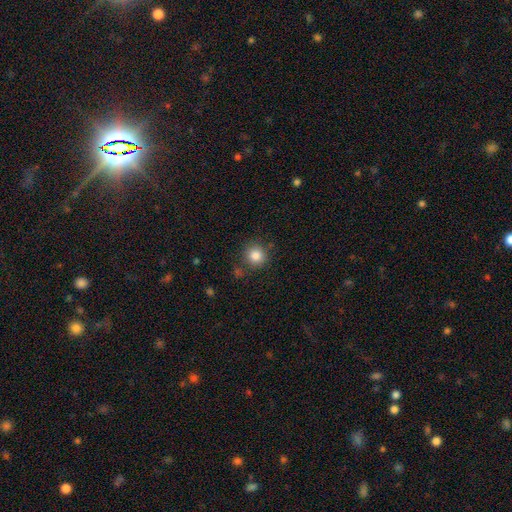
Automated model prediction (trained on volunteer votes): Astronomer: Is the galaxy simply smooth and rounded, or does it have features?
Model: smooth — 84%.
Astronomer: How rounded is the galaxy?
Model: round — 92%.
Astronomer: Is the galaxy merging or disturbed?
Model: none — 81%.